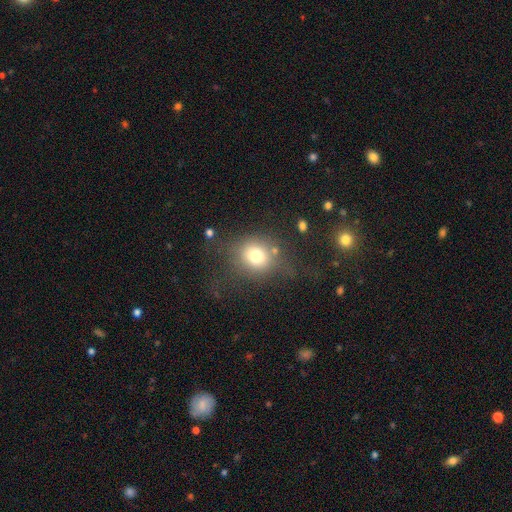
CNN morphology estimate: Smooth or featured? Predicted: smooth (p=0.72). How rounded? Predicted: round (p=0.78). Merging? Predicted: none (p=0.59).